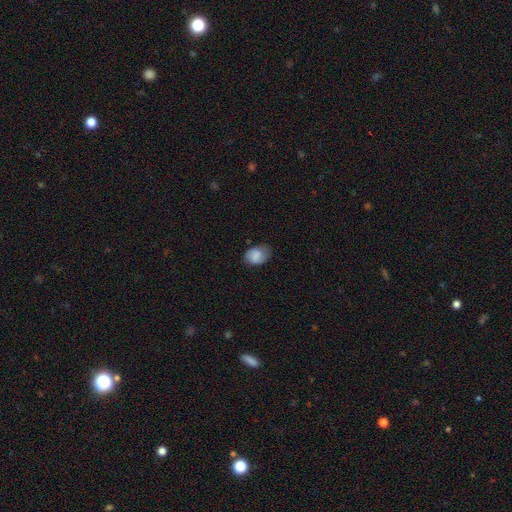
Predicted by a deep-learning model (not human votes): Morphology: type=smooth (72%); roundness=in between (76%); merging=none (67%).